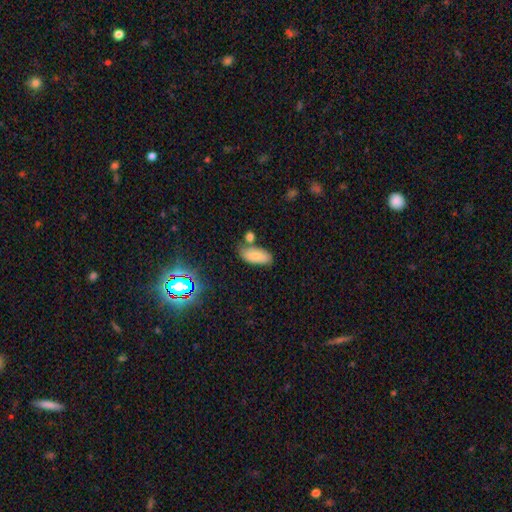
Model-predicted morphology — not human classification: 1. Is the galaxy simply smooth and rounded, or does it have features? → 81% smooth, 11% star or artifact, 9% featured or disk.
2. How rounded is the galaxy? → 86% in between, 11% cigar-shaped, 3% round.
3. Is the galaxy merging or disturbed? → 61% none, 18% merger, 17% minor disturbance, 5% major disturbance.